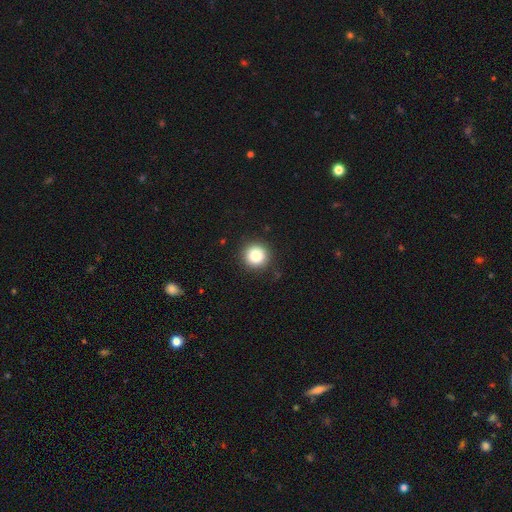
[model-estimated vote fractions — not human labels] Smooth or featured: smooth — 84% (star or artifact — 10%)
How rounded: round — 95% (in between — 5%)
Merging: none — 90% (minor disturbance — 7%)